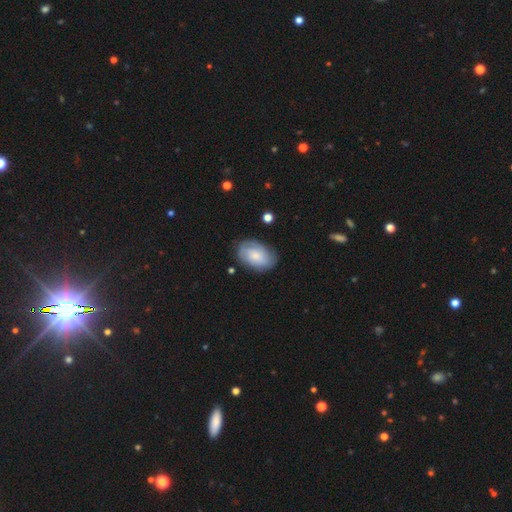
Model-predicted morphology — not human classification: A smooth galaxy with no disk features (49%). Merging: none (75%).